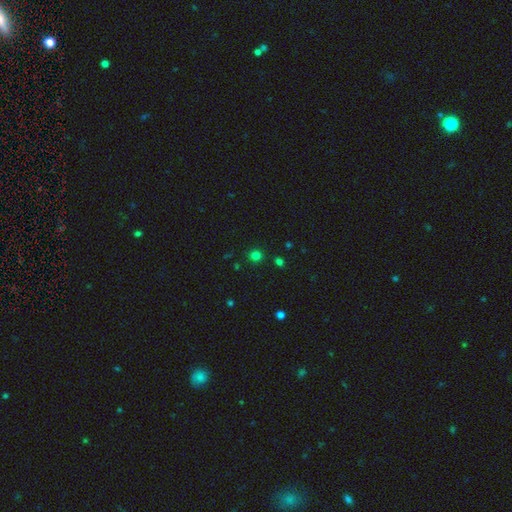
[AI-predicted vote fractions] This is likely a smooth galaxy (76%). How rounded: clearly round (91%). Merging: clearly none (89%).